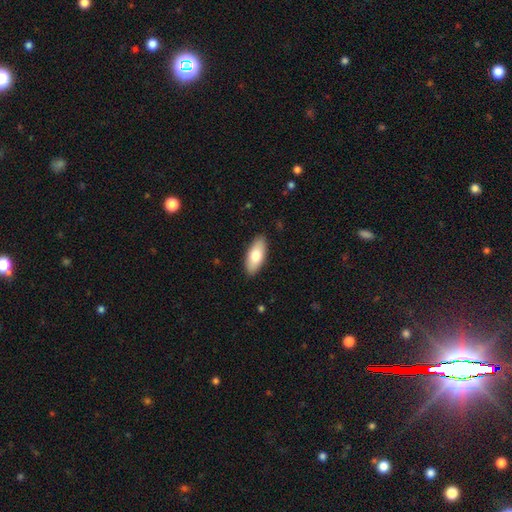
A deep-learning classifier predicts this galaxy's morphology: Smooth or featured: smooth — 76% (featured or disk — 18%)
How rounded: in between — 84% (cigar-shaped — 14%)
Merging: none — 89% (minor disturbance — 8%)